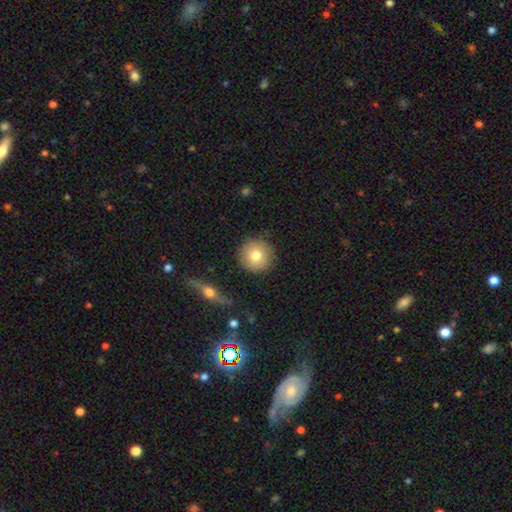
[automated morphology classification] A smooth galaxy with no disk features (77%) that is round (95%).

Vote fractions:
- Smooth or featured? smooth: 77% / featured or disk: 14% / star or artifact: 9%
- How rounded? round: 95% / in between: 4% / cigar-shaped: 1%
- Merging? none: 88% / minor disturbance: 7% / major disturbance: 2% / merger: 2%